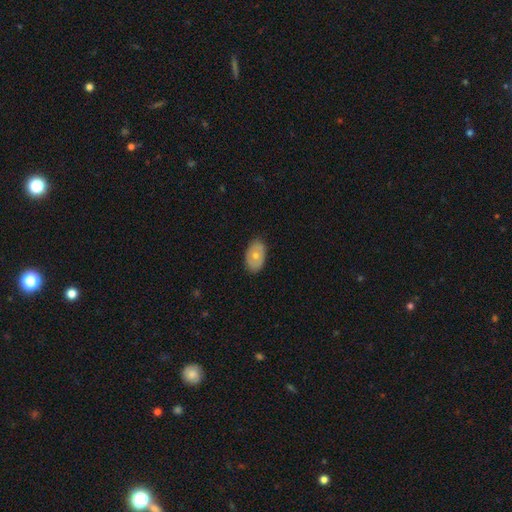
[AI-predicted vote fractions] Smooth or featured?
  - smooth: 61% *
  - featured or disk: 33%
  - star or artifact: 7%
How rounded?
  - in between: 87% *
  - round: 12%
  - cigar-shaped: 1%
Merging?
  - none: 82% *
  - minor disturbance: 14%
  - major disturbance: 3%
  - merger: 1%